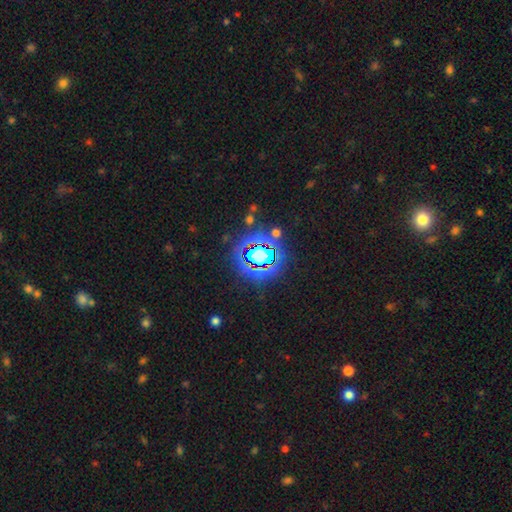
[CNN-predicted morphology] Smooth or featured? Predicted: star or artifact (p=0.79).